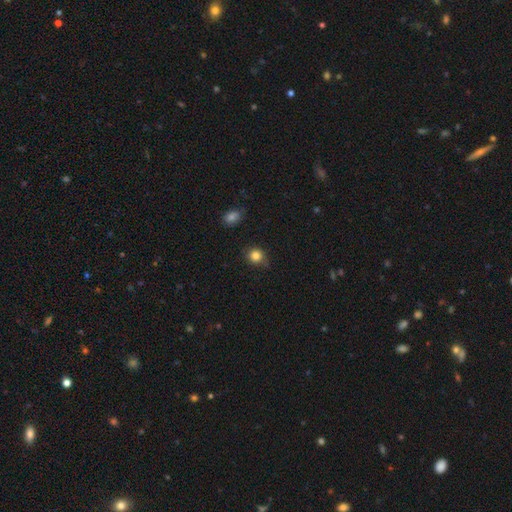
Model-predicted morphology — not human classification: type=smooth (84%); roundness=round (85%); merging=none (74%).